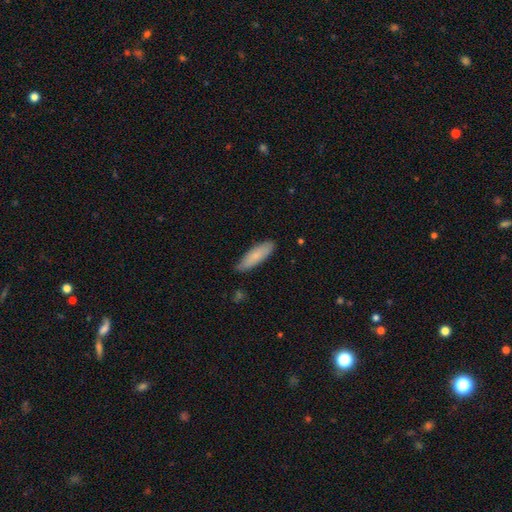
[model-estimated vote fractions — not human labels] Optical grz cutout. It shows a smooth galaxy with no disk features (80%) that is cigar-shaped (56%). Merging: none (84%).